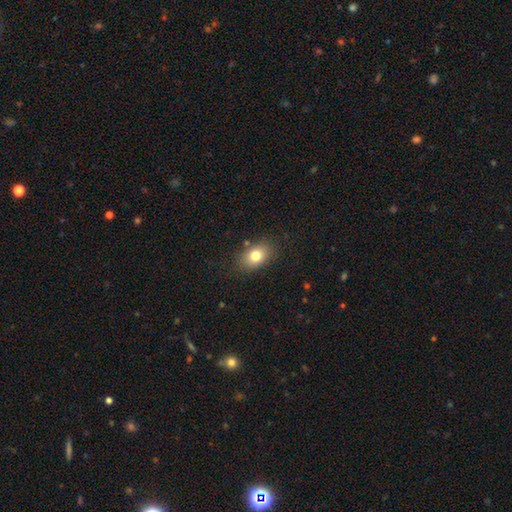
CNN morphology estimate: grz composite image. It shows a smooth galaxy with no disk features (78%) that is in between round and cigar-shaped (79%). Merging: none (83%).